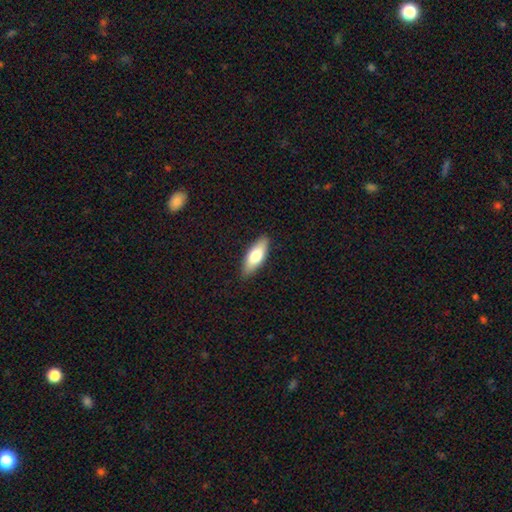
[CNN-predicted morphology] Overall: smooth (74%). How rounded: in between (71%). Merging: none (88%).